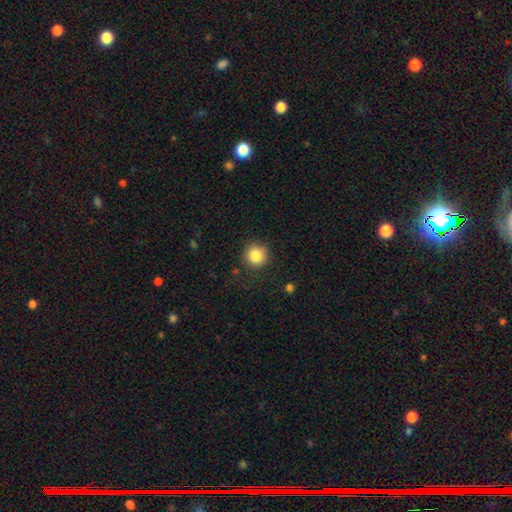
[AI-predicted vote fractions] The model was most divided on "smooth or featured": smooth: 86%, star or artifact: 10%, featured or disk: 4%. More confident: how rounded — round (94%); merging — none (87%).